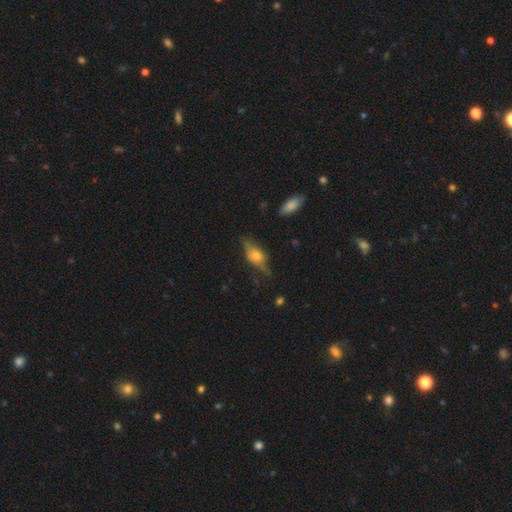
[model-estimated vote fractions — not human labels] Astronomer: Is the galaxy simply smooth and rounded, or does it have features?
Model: featured or disk — 59%.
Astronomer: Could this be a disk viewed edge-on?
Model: yes — 88%.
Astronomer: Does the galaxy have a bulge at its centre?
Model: rounded — 91%.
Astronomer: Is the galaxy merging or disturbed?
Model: none — 71%.